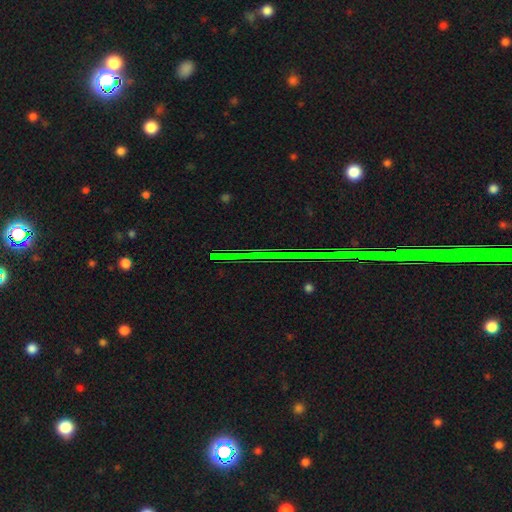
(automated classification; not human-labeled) Smooth or featured: star or artifact — 84% (featured or disk — 9%)